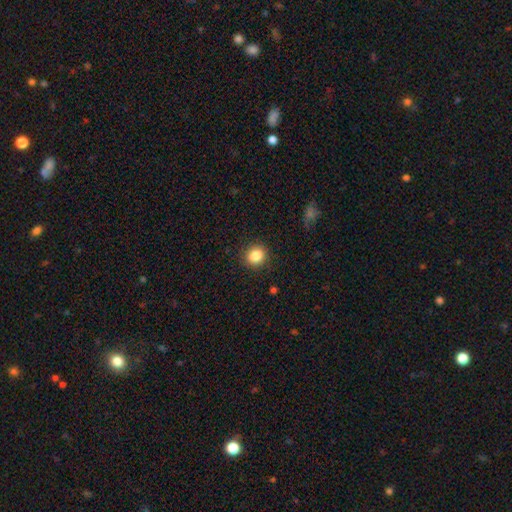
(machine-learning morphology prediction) smooth_or_featured: smooth (p=0.85) [alt: star or artifact p=0.10]
how_rounded: round (p=0.83) [alt: in between p=0.16]
merging: none (p=0.90) [alt: minor disturbance p=0.07]